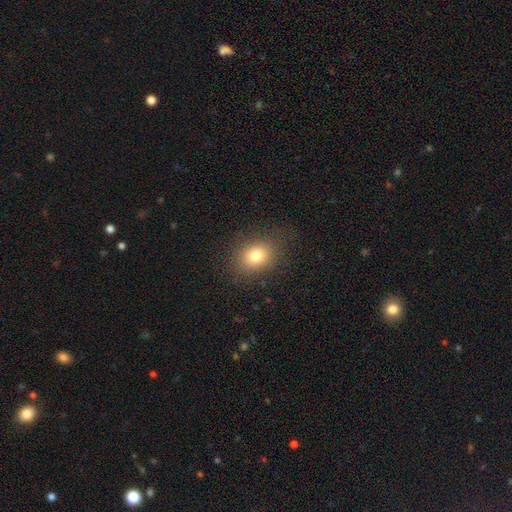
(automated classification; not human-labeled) The model was most divided on "how rounded": round: 50%, in between: 49%, cigar-shaped: 1%. More confident: merging — none (83%); smooth or featured — smooth (77%).